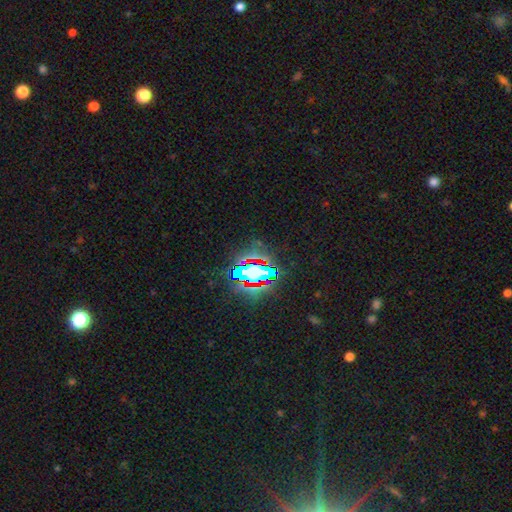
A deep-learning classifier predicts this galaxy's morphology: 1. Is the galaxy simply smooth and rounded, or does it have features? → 80% star or artifact, 12% smooth, 7% featured or disk.